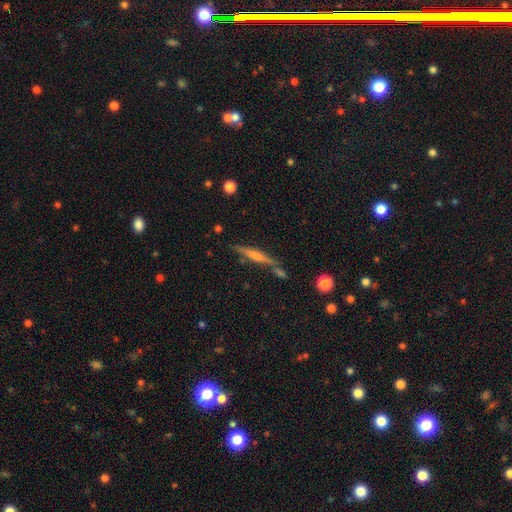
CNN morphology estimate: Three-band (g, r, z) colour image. It shows a featured or disk galaxy (69%) viewed edge-on (97%) with a rounded central bulge (69%). Merging: none (78%).